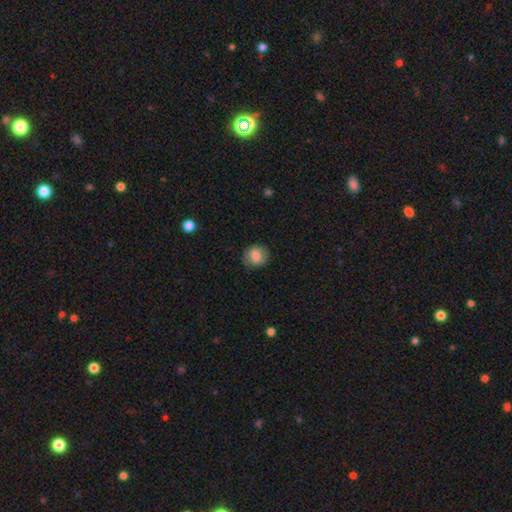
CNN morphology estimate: Q: Smooth or featured?
A: smooth (84%); runner-up: star or artifact (8%)
Q: How rounded?
A: round (79%); runner-up: in between (20%)
Q: Merging?
A: none (82%); runner-up: minor disturbance (13%)